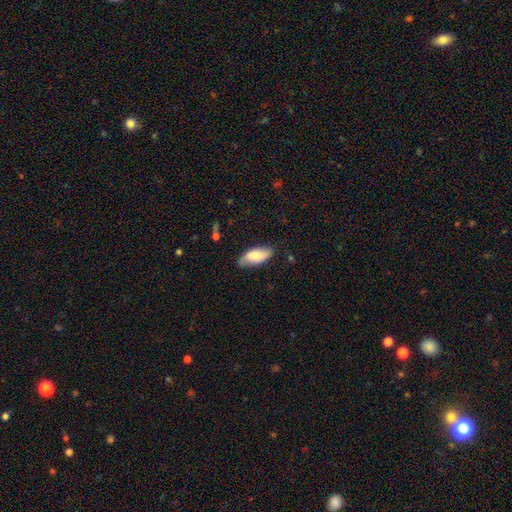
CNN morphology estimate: This appears to be a smooth galaxy with no disk features (62%) that is in between round and cigar-shaped (84%). Merging: none (76%).